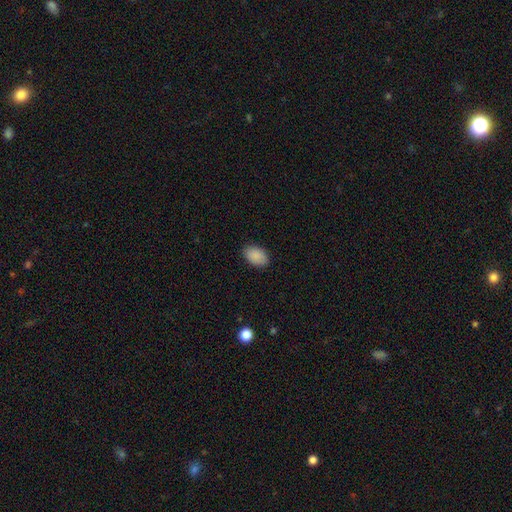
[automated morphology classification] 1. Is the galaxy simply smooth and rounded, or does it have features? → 89% smooth, 7% star or artifact, 4% featured or disk.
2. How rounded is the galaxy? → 88% in between, 11% round, 1% cigar-shaped.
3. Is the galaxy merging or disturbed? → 87% none, 10% minor disturbance, 2% major disturbance, 1% merger.